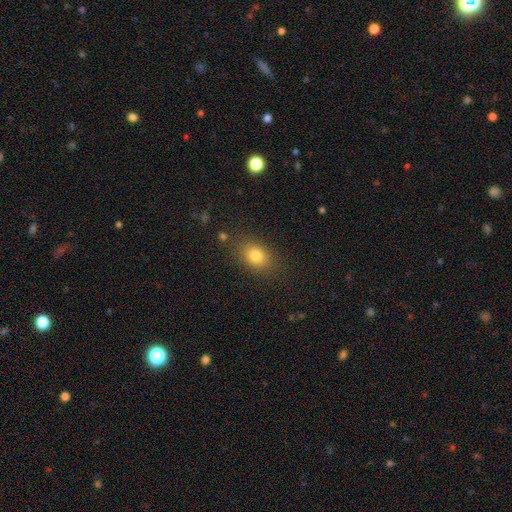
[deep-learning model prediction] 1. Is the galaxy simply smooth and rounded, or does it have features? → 81% smooth, 11% star or artifact, 8% featured or disk.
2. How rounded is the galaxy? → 70% in between, 28% round, 2% cigar-shaped.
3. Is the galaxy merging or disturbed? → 83% none, 11% minor disturbance, 4% major disturbance, 2% merger.